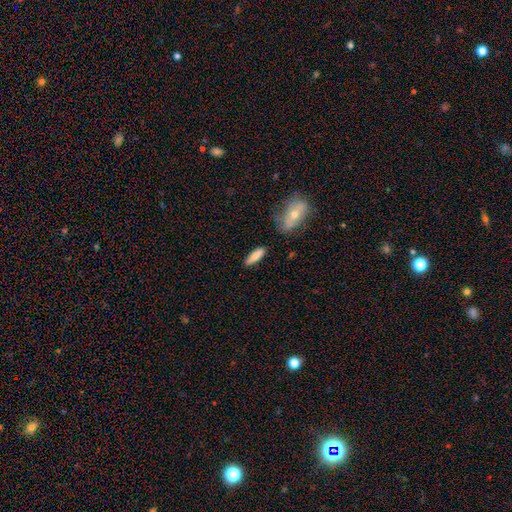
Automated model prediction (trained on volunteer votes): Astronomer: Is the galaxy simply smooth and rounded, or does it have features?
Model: smooth — 79%.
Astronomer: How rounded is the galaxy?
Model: cigar-shaped — 64%.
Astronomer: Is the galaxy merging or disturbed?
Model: none — 82%.